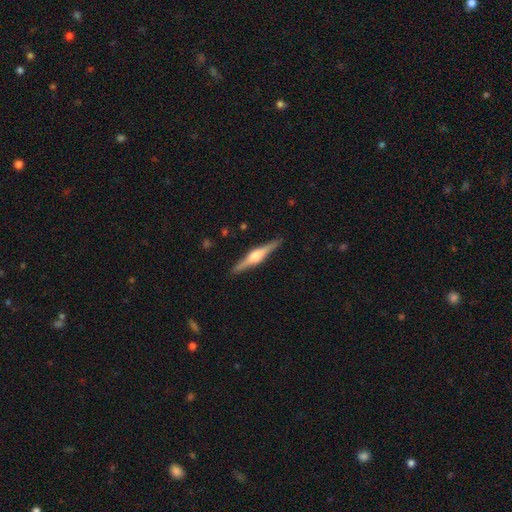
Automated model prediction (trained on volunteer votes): Smooth or featured? featured or disk (77%)
Edge-on disk? yes (98%)
Edge-on bulge? rounded (85%)
Merging? none (90%)